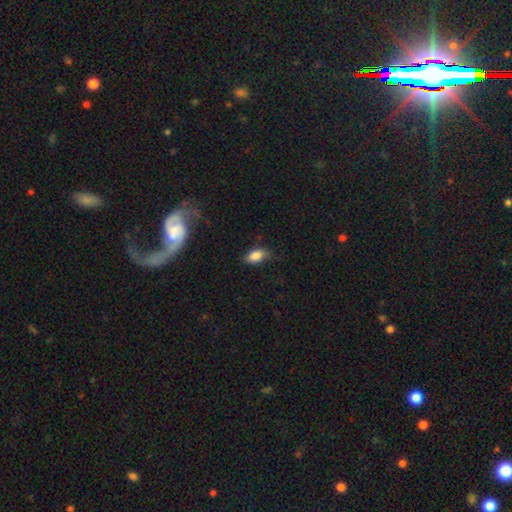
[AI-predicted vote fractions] Q: Smooth or featured?
A: smooth (85%); runner-up: star or artifact (8%)
Q: How rounded?
A: in between (89%); runner-up: round (5%)
Q: Merging?
A: none (71%); runner-up: minor disturbance (22%)